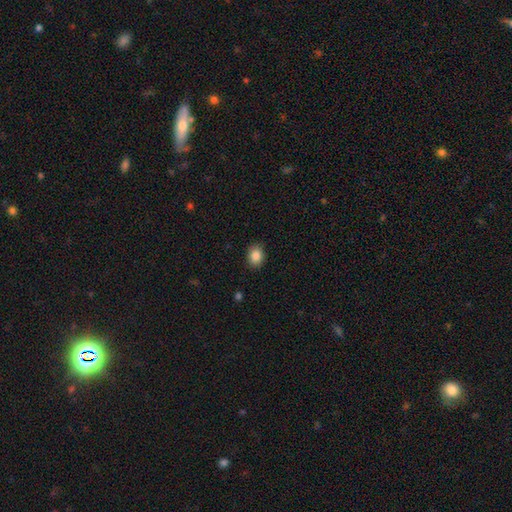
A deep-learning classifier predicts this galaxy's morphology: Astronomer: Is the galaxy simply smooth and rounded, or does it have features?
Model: smooth — 86%.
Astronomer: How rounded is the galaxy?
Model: in between — 56% (runner-up: round, 43%).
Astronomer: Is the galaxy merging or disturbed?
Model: none — 88%.